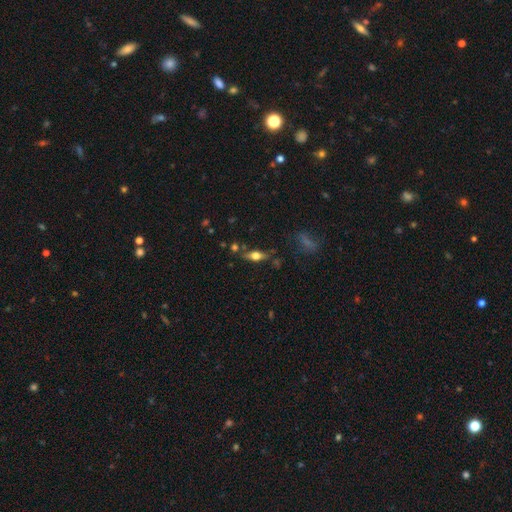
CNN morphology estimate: Smooth or featured: smooth — 51% (featured or disk — 39%)
How rounded: in between — 61% (cigar-shaped — 32%)
Merging: none — 72% (minor disturbance — 15%)